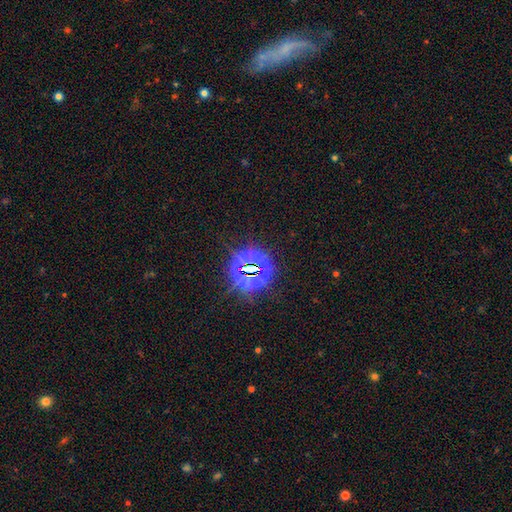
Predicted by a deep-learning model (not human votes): Q: Smooth or featured?
A: star or artifact (82%); runner-up: smooth (11%)